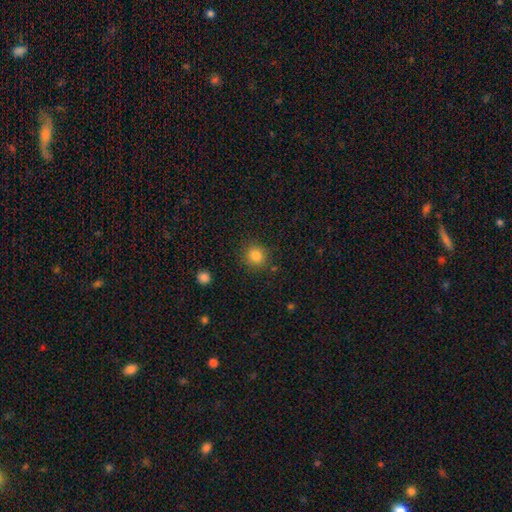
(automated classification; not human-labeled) smooth-or-featured: smooth: 83% | star or artifact: 11% | featured or disk: 5%
  how-rounded: round: 89% | in between: 10% | cigar-shaped: 1%
  merging: none: 86% | minor disturbance: 9% | major disturbance: 3% | merger: 2%